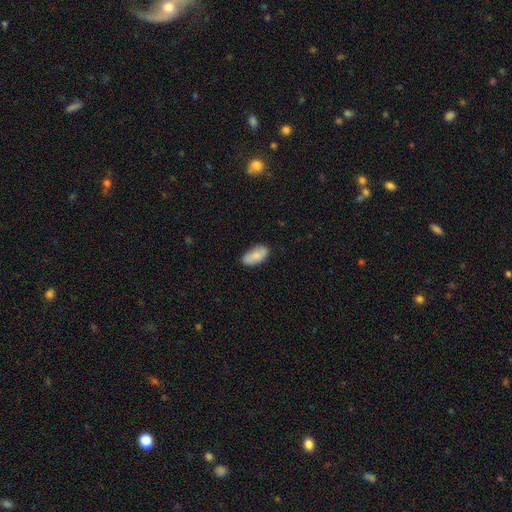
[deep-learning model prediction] smooth_or_featured: smooth (p=0.78) [alt: featured or disk p=0.16]
how_rounded: in between (p=0.92) [alt: cigar-shaped p=0.05]
merging: none (p=0.79) [alt: minor disturbance p=0.16]